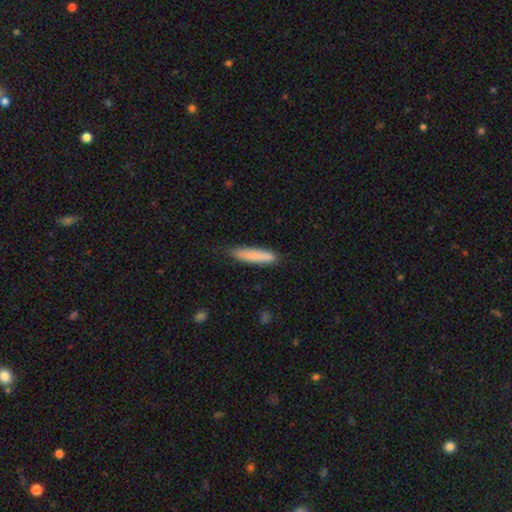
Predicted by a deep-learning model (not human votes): Smooth or featured? smooth (83%)
How rounded? cigar-shaped (87%)
Merging? none (79%)